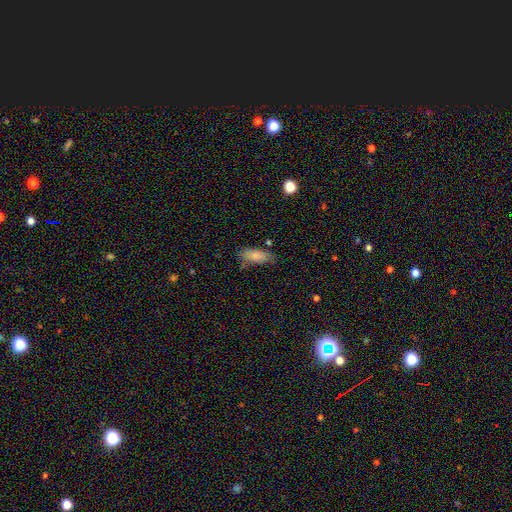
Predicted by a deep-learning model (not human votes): smooth-or-featured: smooth: 82% | featured or disk: 11% | star or artifact: 7%
  how-rounded: in between: 80% | cigar-shaped: 18% | round: 2%
  merging: none: 65% | minor disturbance: 24% | major disturbance: 6% | merger: 5%